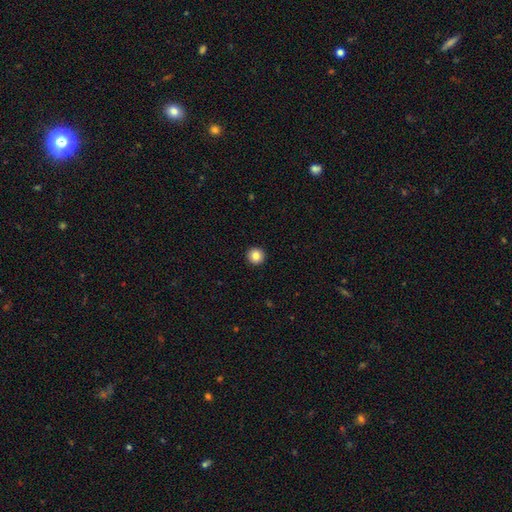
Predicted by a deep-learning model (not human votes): This appears to be a smooth galaxy with no disk features (85%) that is round (96%). Merging: none (94%).